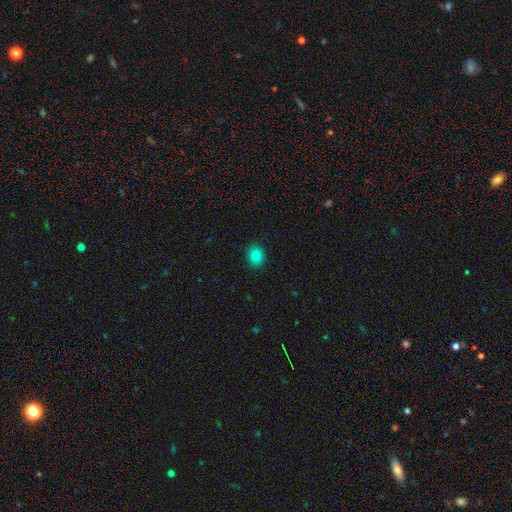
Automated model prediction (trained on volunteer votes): Overall: smooth (81%). How rounded: round (52%; in between 47%). Merging: none (90%).